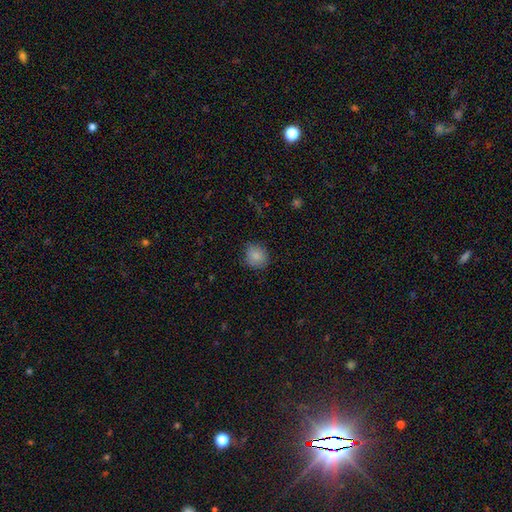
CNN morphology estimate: This appears to be a smooth galaxy with no disk features (86%) that is round (83%). Merging: none (82%).